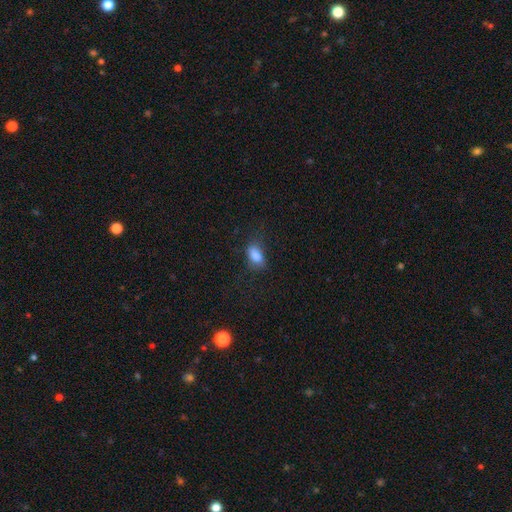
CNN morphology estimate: Smooth or featured: smooth — 82% (star or artifact — 10%)
How rounded: in between — 87% (round — 9%)
Merging: none — 60% (minor disturbance — 25%)